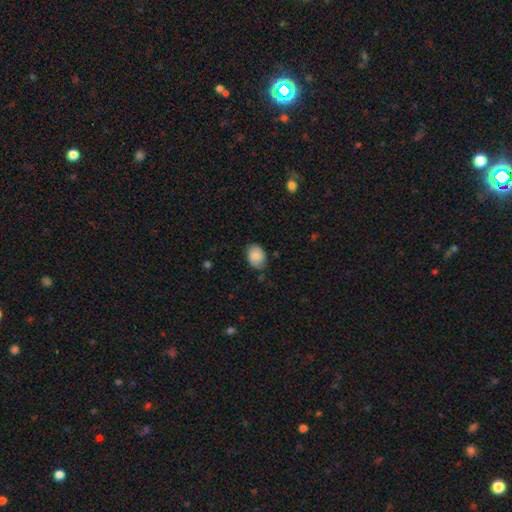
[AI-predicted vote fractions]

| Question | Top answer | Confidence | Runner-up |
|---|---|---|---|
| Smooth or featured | smooth | 85% | featured or disk (8%) |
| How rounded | in between | 74% | round (25%) |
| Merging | none | 77% | minor disturbance (18%) |